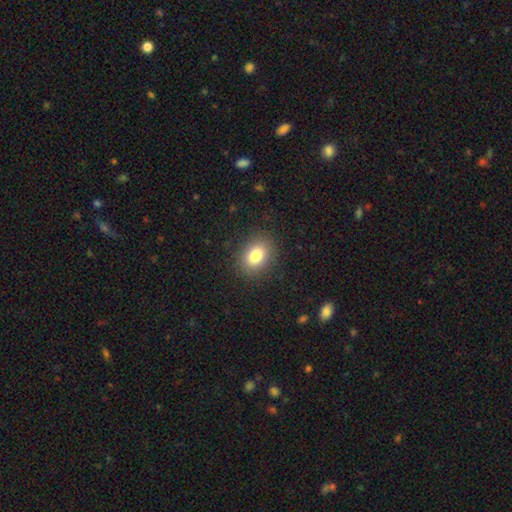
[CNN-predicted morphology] A smooth galaxy with no disk features (81%) that is in between round and cigar-shaped (65%). Merging: none (87%).